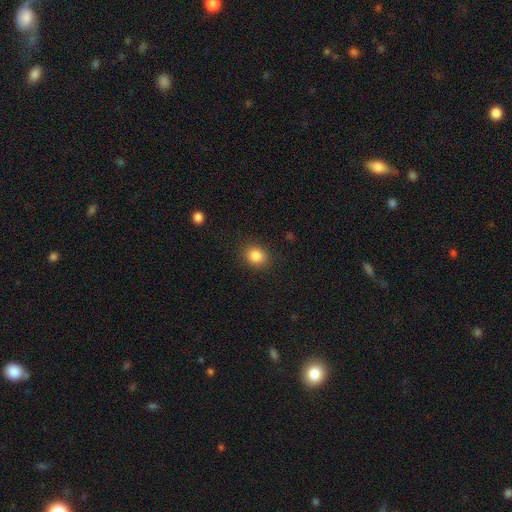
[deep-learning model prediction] Morphology: type=smooth (85%); roundness=round (66%); merging=none (87%).